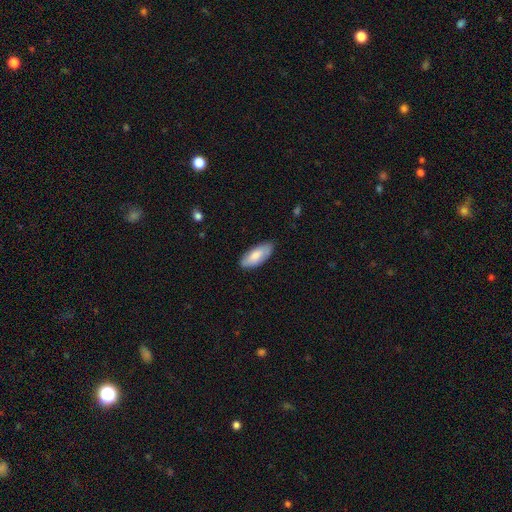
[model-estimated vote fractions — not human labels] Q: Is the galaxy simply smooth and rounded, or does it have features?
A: smooth — 78%.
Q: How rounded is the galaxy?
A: in between — 85%.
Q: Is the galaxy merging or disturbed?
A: none — 82%.